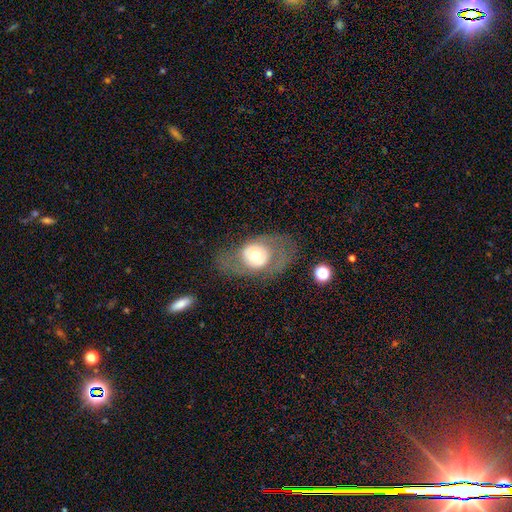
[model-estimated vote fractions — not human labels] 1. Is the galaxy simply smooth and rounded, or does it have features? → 54% featured or disk, 38% smooth, 8% star or artifact.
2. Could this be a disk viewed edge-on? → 90% no, 10% yes.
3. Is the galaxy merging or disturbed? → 62% none, 19% major disturbance, 16% minor disturbance, 2% merger.